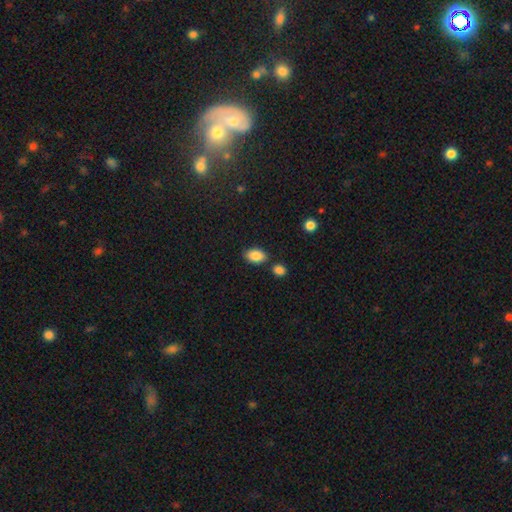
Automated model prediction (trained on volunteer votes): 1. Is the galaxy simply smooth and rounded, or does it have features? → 87% smooth, 8% star or artifact, 6% featured or disk.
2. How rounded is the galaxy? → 88% in between, 10% round, 1% cigar-shaped.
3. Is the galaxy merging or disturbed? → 78% none, 12% minor disturbance, 8% merger, 3% major disturbance.